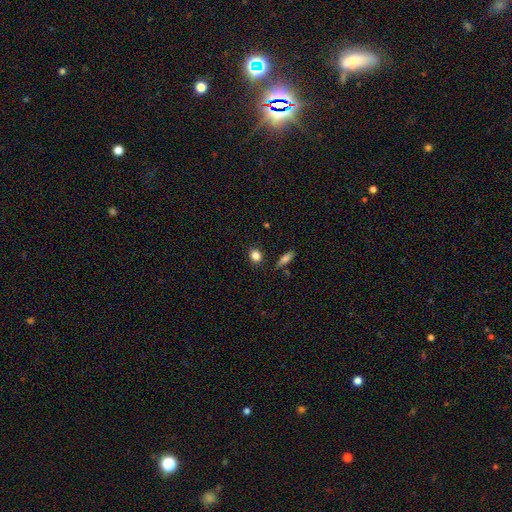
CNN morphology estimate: This is clearly a smooth galaxy (84%). How rounded: likely round (66%). Merging: clearly none (87%).